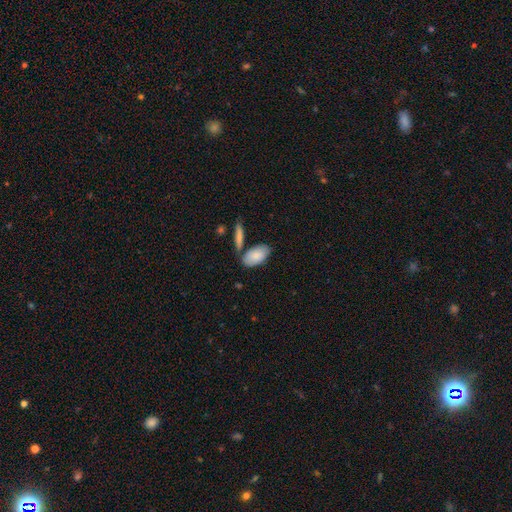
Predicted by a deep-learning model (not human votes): Smooth or featured?
  - smooth: 85% *
  - featured or disk: 10%
  - star or artifact: 5%
How rounded?
  - in between: 93% *
  - cigar-shaped: 5%
  - round: 3%
Merging?
  - none: 69% *
  - minor disturbance: 15%
  - merger: 12%
  - major disturbance: 4%